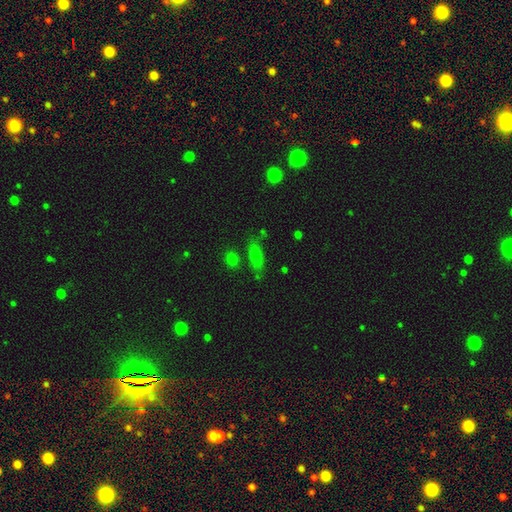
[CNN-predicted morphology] smooth 70%, featured or disk 16%, star or artifact 14%. Down the decision tree: how rounded — in between (60%); merging — none (72%).